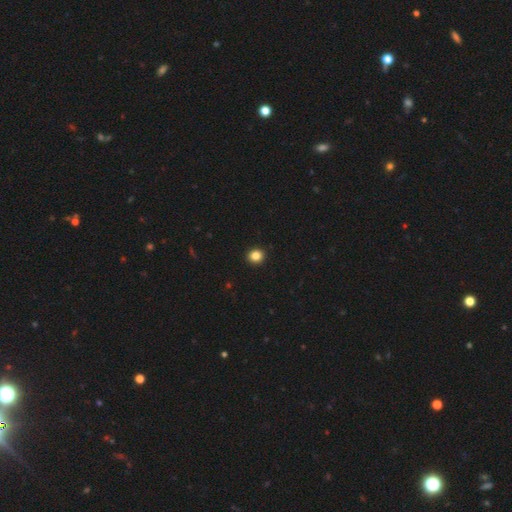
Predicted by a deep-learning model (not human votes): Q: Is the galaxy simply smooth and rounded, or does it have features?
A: smooth — 85%.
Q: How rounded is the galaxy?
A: round — 82%.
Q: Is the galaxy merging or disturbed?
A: none — 93%.